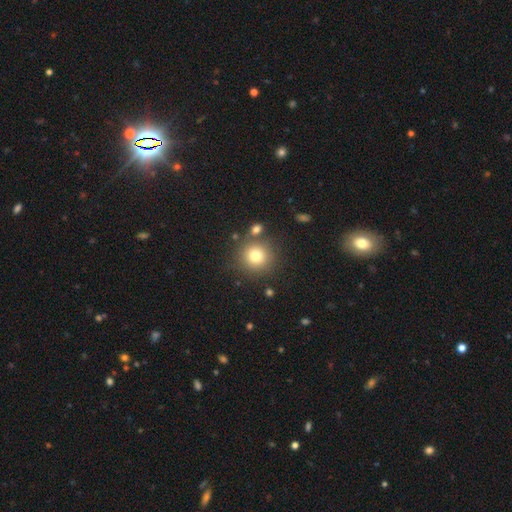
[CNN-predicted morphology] This is likely a smooth galaxy (79%). How rounded: clearly round (93%). Merging: likely none (80%).